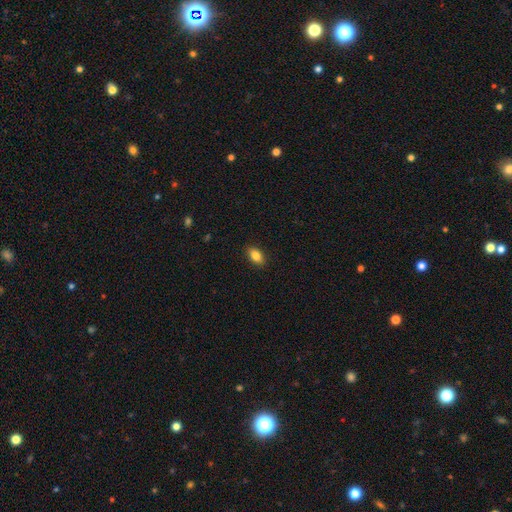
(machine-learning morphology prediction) The model was most divided on "smooth or featured": smooth: 85%, star or artifact: 8%, featured or disk: 7%. More confident: how rounded — in between (89%); merging — none (88%).